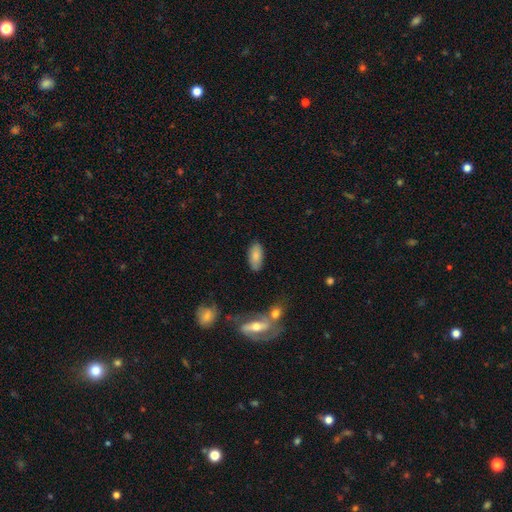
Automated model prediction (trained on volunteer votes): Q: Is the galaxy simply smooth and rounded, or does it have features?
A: smooth — 82%.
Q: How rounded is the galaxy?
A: in between — 90%.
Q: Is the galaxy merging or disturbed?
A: none — 83%.